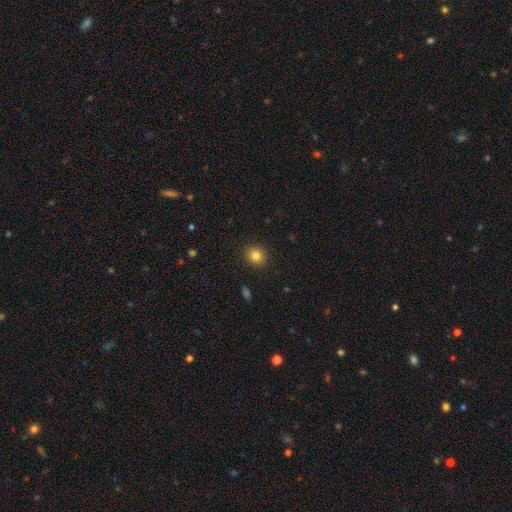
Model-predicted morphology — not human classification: This is clearly a smooth galaxy (84%). How rounded: clearly round (87%). Merging: clearly none (92%).